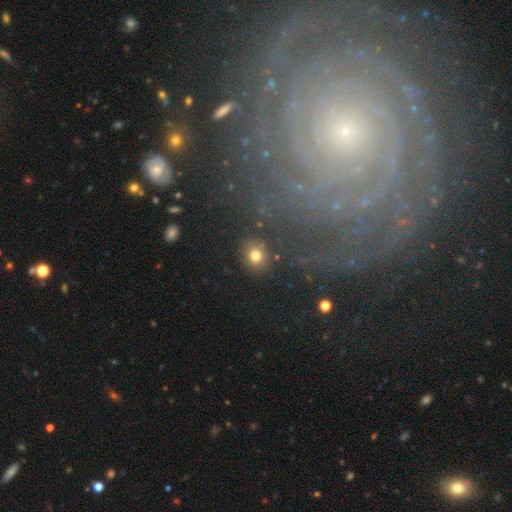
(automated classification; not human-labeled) A smooth galaxy with no disk features (75%) that is round (85%). Merging: none (86%).